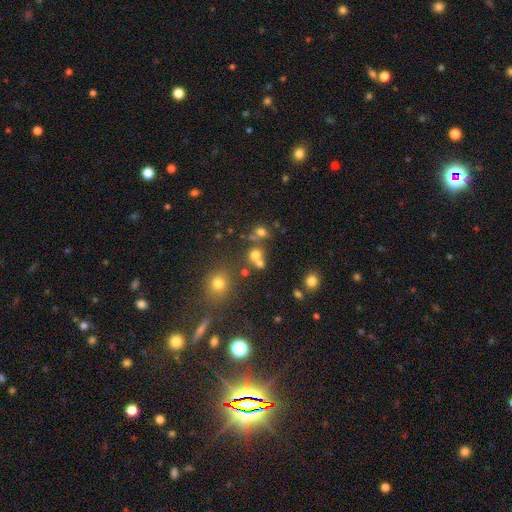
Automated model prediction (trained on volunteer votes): This appears to be a smooth galaxy with no disk features (68%) that is round (81%). Merging: none (48%).